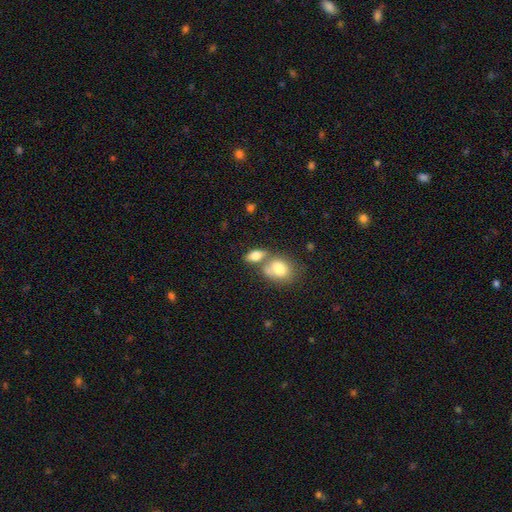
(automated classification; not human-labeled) This is likely a smooth galaxy (75%). How rounded: clearly in between (82%). Merging: marginally merger (44%).